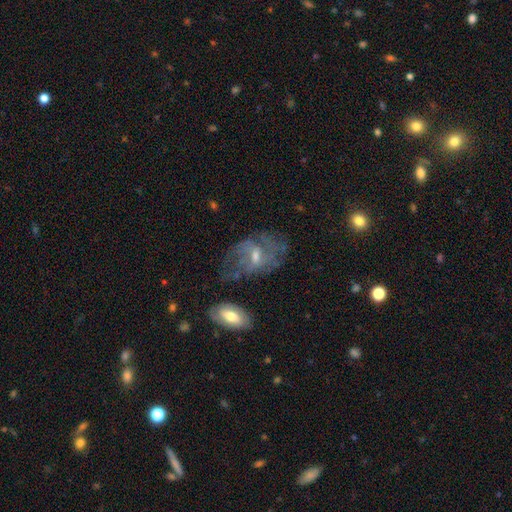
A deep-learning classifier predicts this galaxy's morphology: A featured or disk galaxy (66%) with a weak bar (47%), spiral arms (65%) and a small central bulge (48%).

Vote fractions:
- Smooth or featured? featured or disk: 66% / smooth: 23% / star or artifact: 11%
- Edge-on disk? no: 95% / yes: 5%
- Bar? weak: 47% / no: 42% / strong: 11%
- Spiral arms? yes: 65% / no: 35%
- Bulge size? small: 48% / moderate: 42% / none: 6% / large: 3% / dominant: 1%
- Merging? none: 47% / major disturbance: 24% / minor disturbance: 23% / merger: 6%